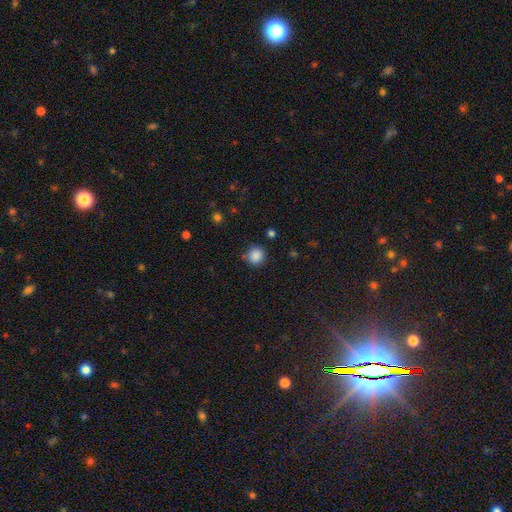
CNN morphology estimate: The model was most divided on "merging": none: 80%, minor disturbance: 13%, major disturbance: 4%, merger: 3%. More confident: how rounded — round (91%); smooth or featured — smooth (87%).